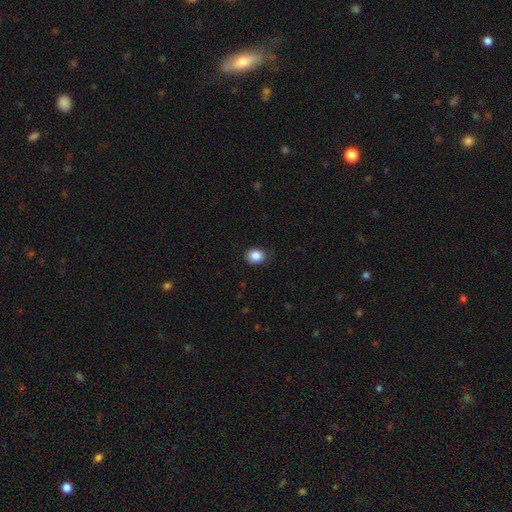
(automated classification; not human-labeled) Smooth or featured? smooth (85%)
How rounded? round (51%)
Merging? none (85%)